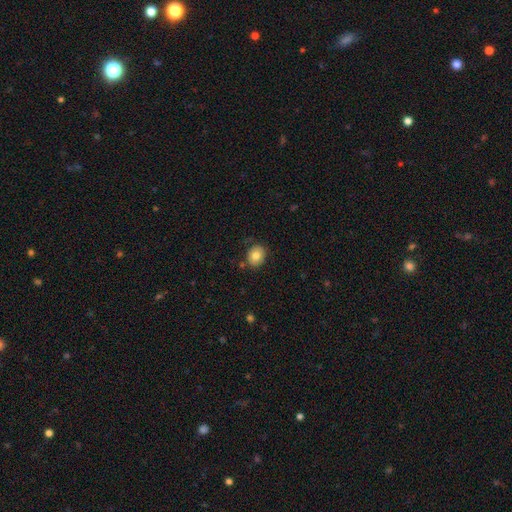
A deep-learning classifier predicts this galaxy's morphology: A smooth galaxy with no disk features (79%) that is round (62%).

Vote fractions:
- Smooth or featured? smooth: 79% / featured or disk: 12% / star or artifact: 9%
- How rounded? round: 62% / in between: 37% / cigar-shaped: 1%
- Merging? none: 80% / minor disturbance: 14% / major disturbance: 3% / merger: 3%